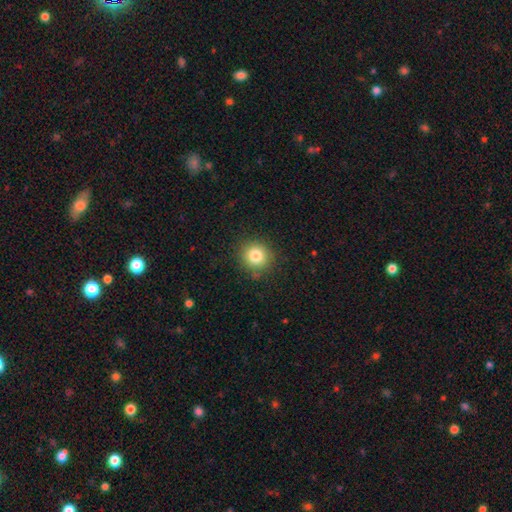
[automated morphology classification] smooth 81%, star or artifact 11%, featured or disk 7%. Down the decision tree: how rounded — round (92%); merging — none (87%).